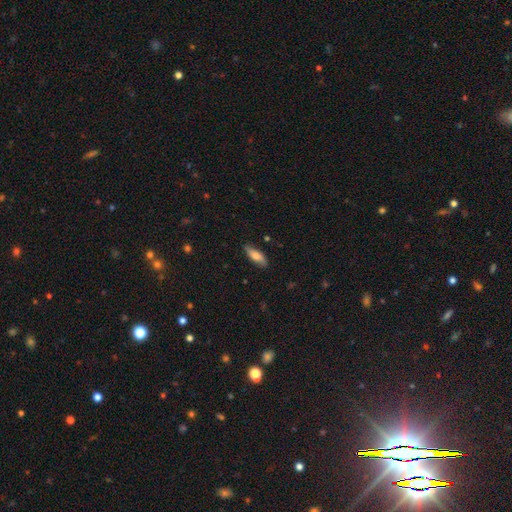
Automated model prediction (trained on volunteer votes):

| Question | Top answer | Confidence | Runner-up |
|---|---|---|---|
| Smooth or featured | smooth | 71% | featured or disk (23%) |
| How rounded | in between | 59% | cigar-shaped (39%) |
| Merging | none | 83% | minor disturbance (14%) |